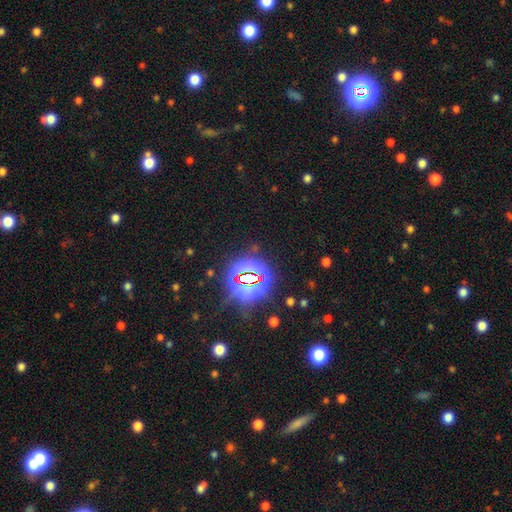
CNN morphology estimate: Q: Smooth or featured?
A: star or artifact (82%); runner-up: smooth (11%)